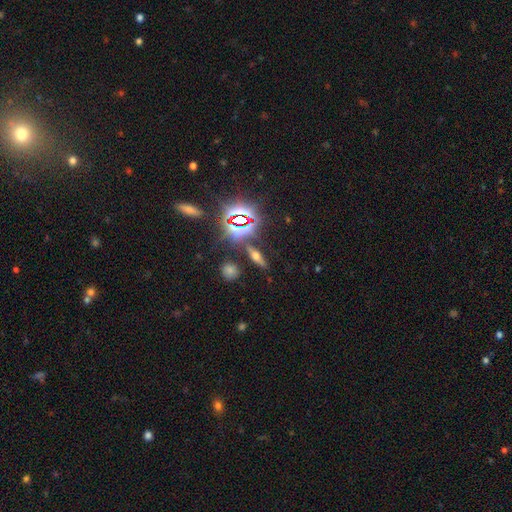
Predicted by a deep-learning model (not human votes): This is marginally a smooth galaxy (35%). Merging: clearly none (83%).